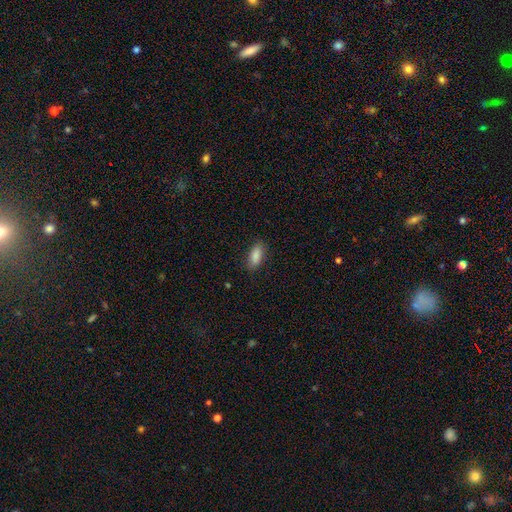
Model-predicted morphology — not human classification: A smooth galaxy with no disk features (88%) that is in between round and cigar-shaped (85%).

Vote fractions:
- Smooth or featured? smooth: 88% / star or artifact: 7% / featured or disk: 5%
- How rounded? in between: 85% / cigar-shaped: 12% / round: 2%
- Merging? none: 86% / minor disturbance: 11% / major disturbance: 3% / merger: 1%